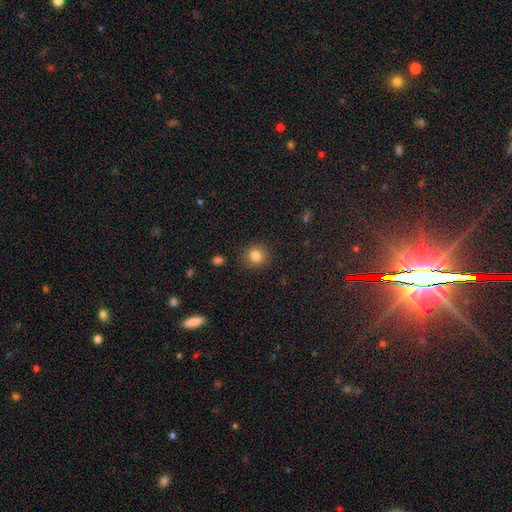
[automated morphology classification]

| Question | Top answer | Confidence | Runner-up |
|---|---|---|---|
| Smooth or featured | smooth | 83% | star or artifact (11%) |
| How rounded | round | 87% | in between (12%) |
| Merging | none | 89% | minor disturbance (7%) |